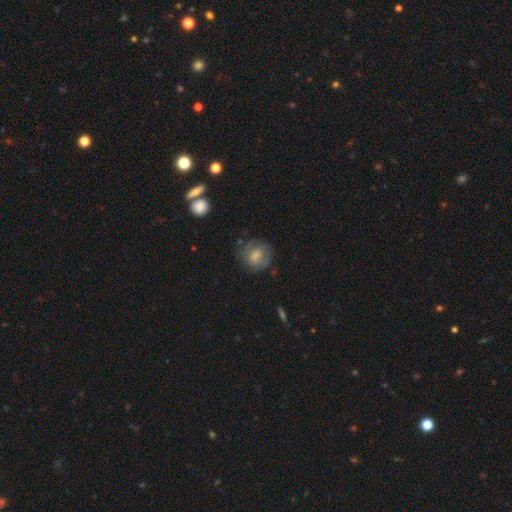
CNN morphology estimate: The model was most divided on "smooth or featured": smooth: 67%, featured or disk: 24%, star or artifact: 9%. More confident: how rounded — round (76%); merging — none (66%).